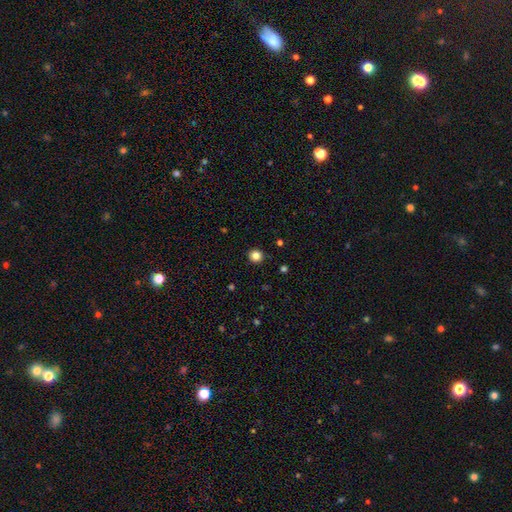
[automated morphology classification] A smooth galaxy with no disk features (83%) that is round (92%).

Vote fractions:
- Smooth or featured? smooth: 83% / star or artifact: 12% / featured or disk: 5%
- How rounded? round: 92% / in between: 7% / cigar-shaped: 1%
- Merging? none: 92% / minor disturbance: 5% / major disturbance: 2% / merger: 1%